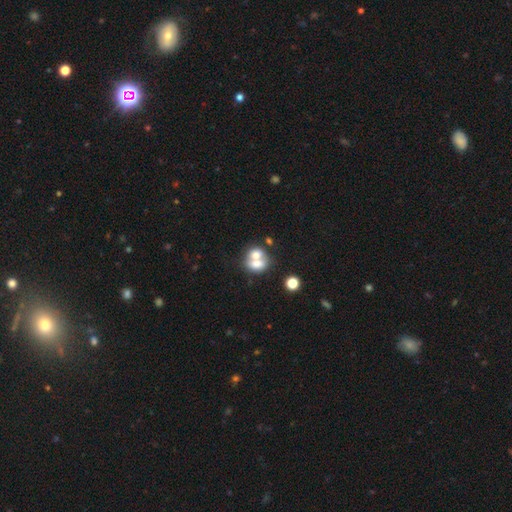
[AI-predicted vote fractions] Smooth or featured?
  - smooth: 65% *
  - featured or disk: 25%
  - star or artifact: 10%
How rounded?
  - round: 52% *
  - in between: 47%
  - cigar-shaped: 1%
Merging?
  - merger: 69% *
  - none: 21%
  - minor disturbance: 6%
  - major disturbance: 4%